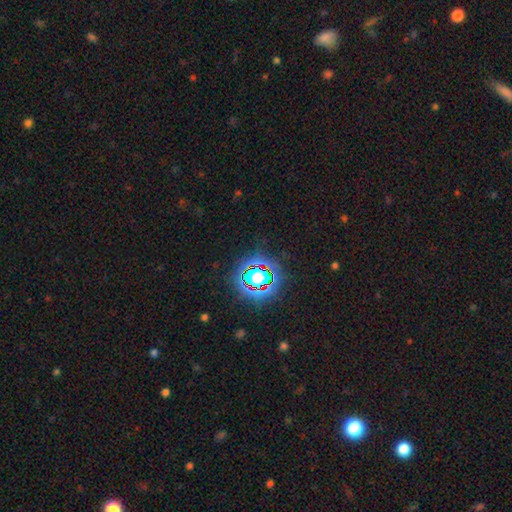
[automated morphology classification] This is clearly a star or artifact rather than a galaxy (80%).